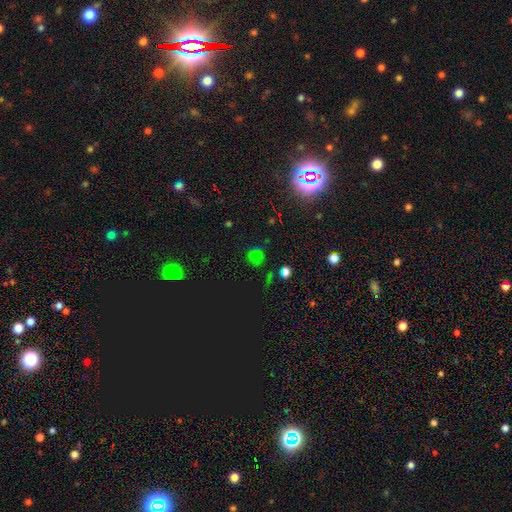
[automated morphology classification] Smooth or featured? smooth (47%)
Merging? none (69%)